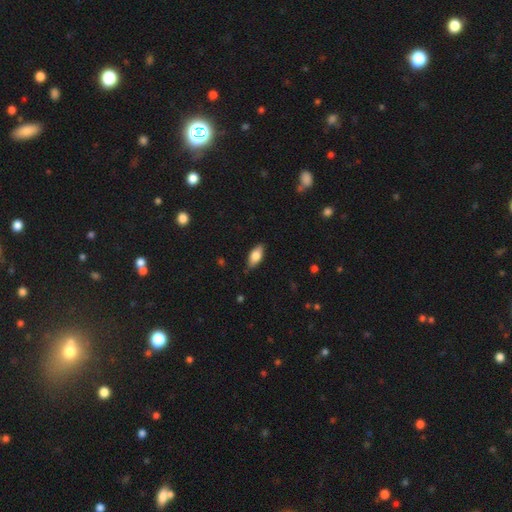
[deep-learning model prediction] A smooth galaxy with no disk features (76%) that is in between round and cigar-shaped (85%). Merging: none (83%).